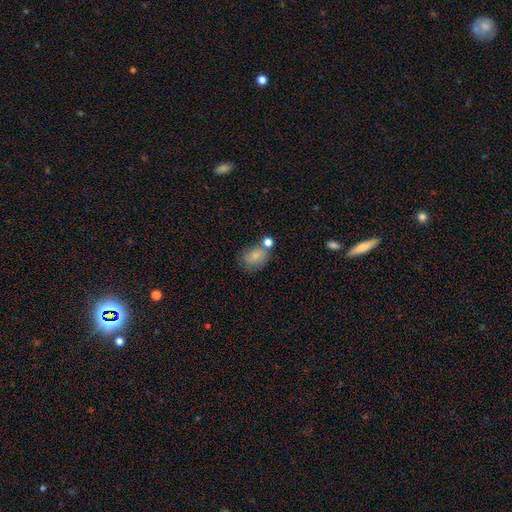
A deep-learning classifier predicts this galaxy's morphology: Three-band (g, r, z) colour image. It shows a smooth galaxy with no disk features (74%) that is in between round and cigar-shaped (65%). Merging: none (45%).